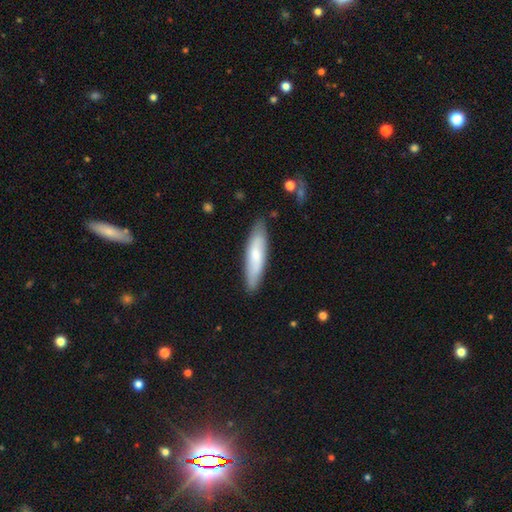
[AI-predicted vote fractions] smooth-or-featured: smooth: 66% | featured or disk: 29% | star or artifact: 5%
  how-rounded: cigar-shaped: 72% | in between: 26% | round: 1%
  merging: none: 84% | minor disturbance: 12% | major disturbance: 2% | merger: 1%